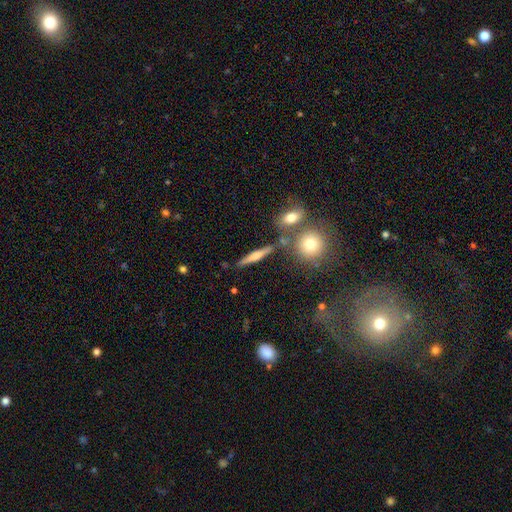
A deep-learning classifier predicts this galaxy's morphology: smooth_or_featured: smooth (p=0.48) [alt: featured or disk p=0.43]
merging: none (p=0.78) [alt: minor disturbance p=0.10]